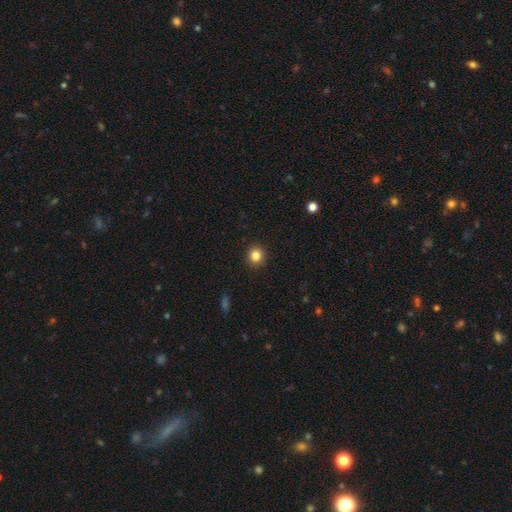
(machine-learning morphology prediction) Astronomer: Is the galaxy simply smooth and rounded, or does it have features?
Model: smooth — 84%.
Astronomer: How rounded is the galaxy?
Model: round — 88%.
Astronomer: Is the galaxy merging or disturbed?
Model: none — 92%.